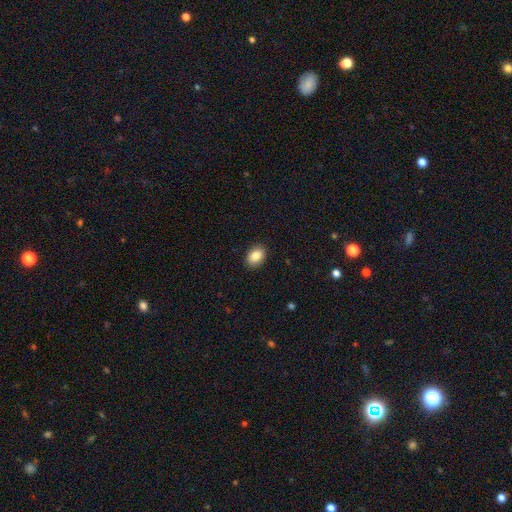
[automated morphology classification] smooth 86%, star or artifact 8%, featured or disk 6%. Down the decision tree: how rounded — in between (78%); merging — none (89%).